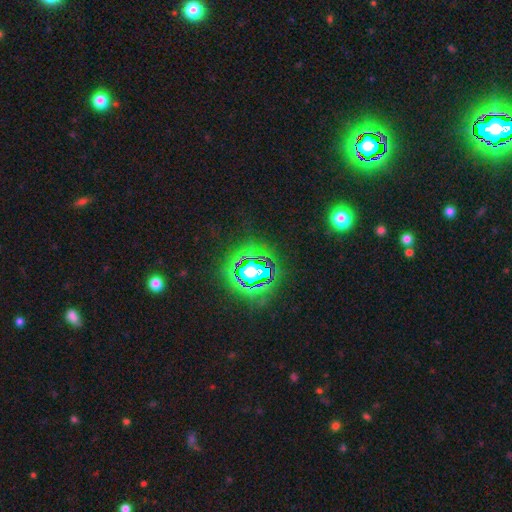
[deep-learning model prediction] Overall: star or artifact (83%).